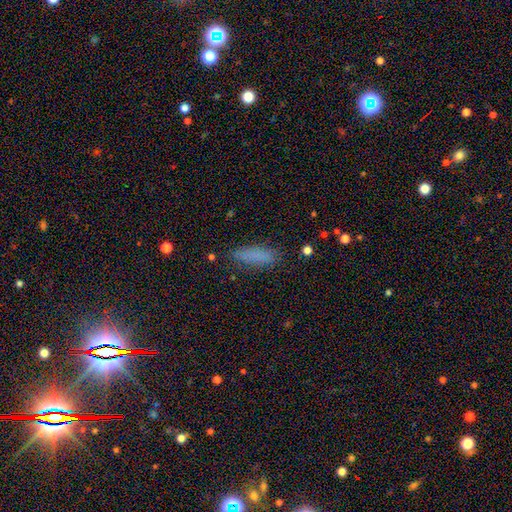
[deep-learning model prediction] Q: Smooth or featured?
A: smooth (82%); runner-up: star or artifact (11%)
Q: How rounded?
A: cigar-shaped (58%); runner-up: in between (39%)
Q: Merging?
A: none (83%); runner-up: minor disturbance (12%)